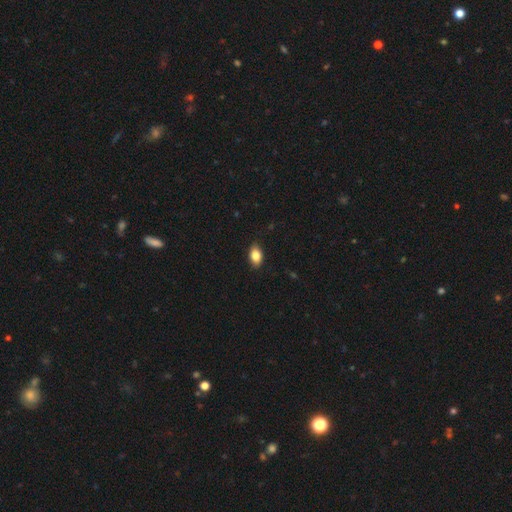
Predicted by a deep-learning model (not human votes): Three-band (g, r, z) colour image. It shows a smooth galaxy with no disk features (84%) that is in between round and cigar-shaped (86%). Merging: none (85%).